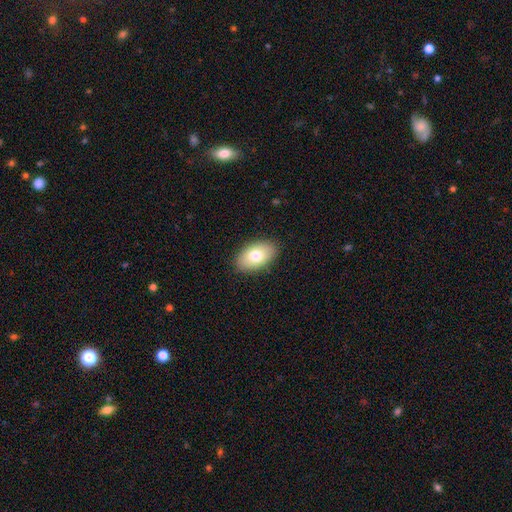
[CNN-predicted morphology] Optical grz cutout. It shows a smooth galaxy with no disk features (77%) that is in between round and cigar-shaped (93%). Merging: none (88%).